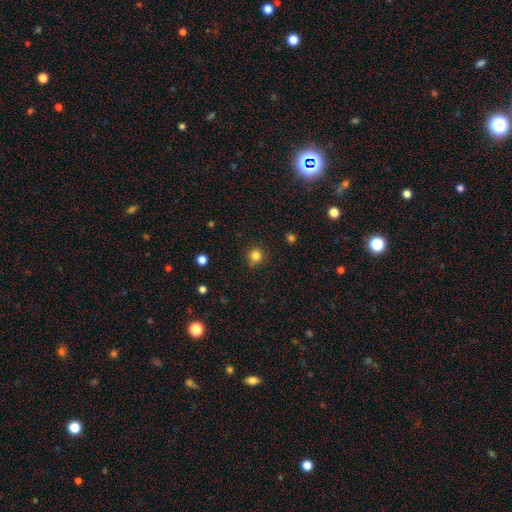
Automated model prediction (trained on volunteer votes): smooth 83%, star or artifact 13%, featured or disk 5%. Down the decision tree: how rounded — round (92%); merging — none (83%).